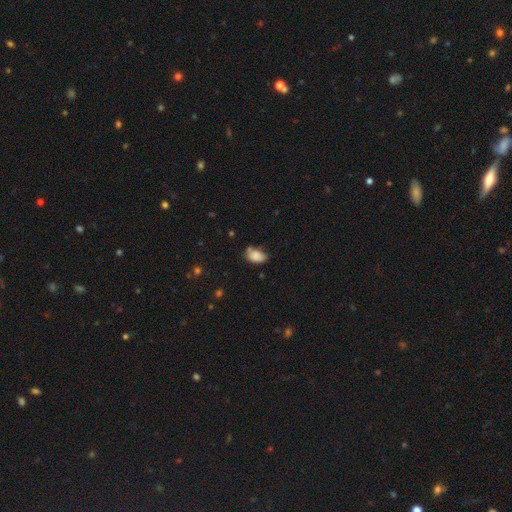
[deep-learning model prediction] This is clearly a smooth galaxy (85%). How rounded: clearly in between (89%). Merging: possibly none (59%).